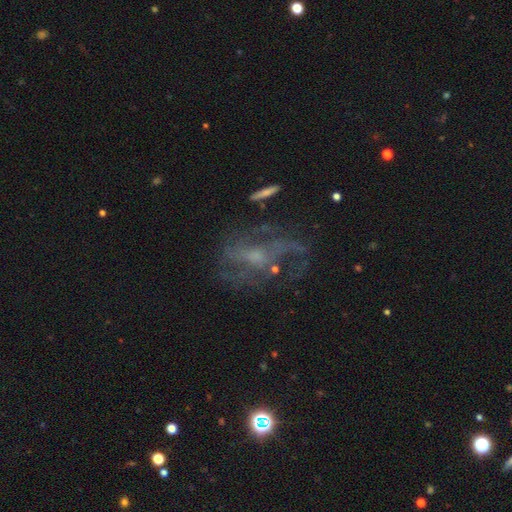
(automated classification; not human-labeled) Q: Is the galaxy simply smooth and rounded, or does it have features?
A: featured or disk — 73%.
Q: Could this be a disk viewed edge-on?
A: no — 94%.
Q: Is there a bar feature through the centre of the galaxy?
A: no — 52%.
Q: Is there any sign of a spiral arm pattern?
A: yes — 69%.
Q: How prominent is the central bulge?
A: small — 48%.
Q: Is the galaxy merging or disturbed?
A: none — 49%.